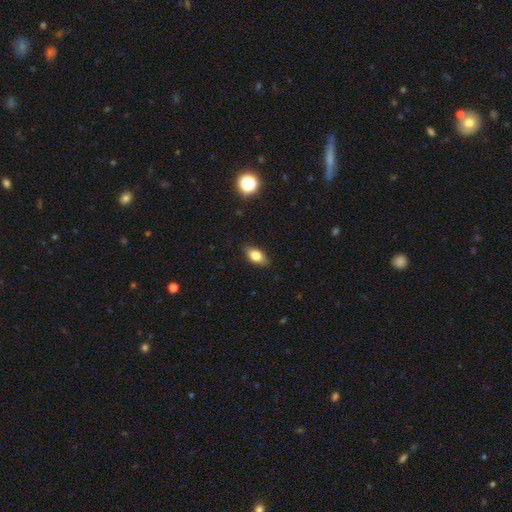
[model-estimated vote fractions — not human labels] Smooth or featured? smooth (80%)
How rounded? in between (87%)
Merging? none (86%)